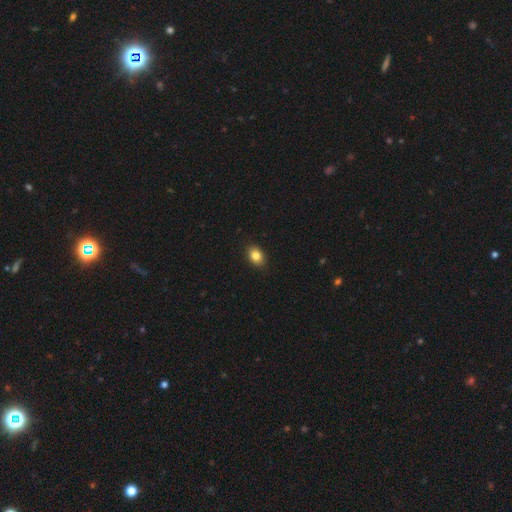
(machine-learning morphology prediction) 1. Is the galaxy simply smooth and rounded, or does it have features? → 84% smooth, 9% star or artifact, 6% featured or disk.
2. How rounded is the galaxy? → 74% in between, 25% round, 1% cigar-shaped.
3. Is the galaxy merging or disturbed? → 89% none, 8% minor disturbance, 2% major disturbance, 1% merger.